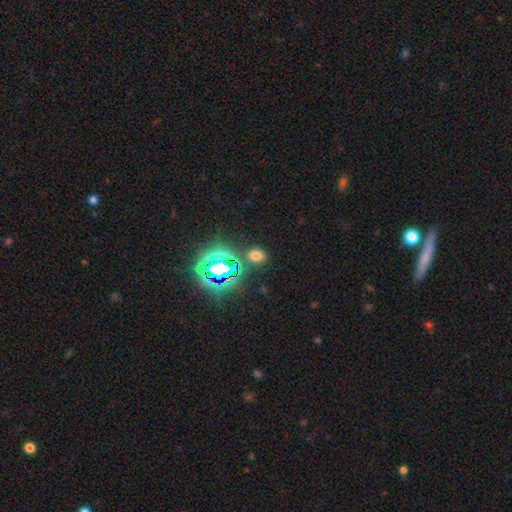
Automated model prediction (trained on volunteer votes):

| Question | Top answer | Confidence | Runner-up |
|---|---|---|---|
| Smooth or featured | smooth | 59% | star or artifact (34%) |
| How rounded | in between | 73% | round (26%) |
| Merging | none | 83% | minor disturbance (9%) |